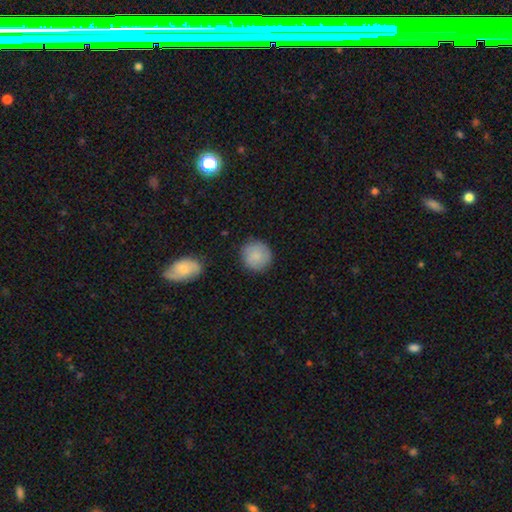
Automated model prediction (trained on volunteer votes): This is clearly a smooth galaxy (83%). How rounded: clearly round (93%). Merging: clearly none (86%).